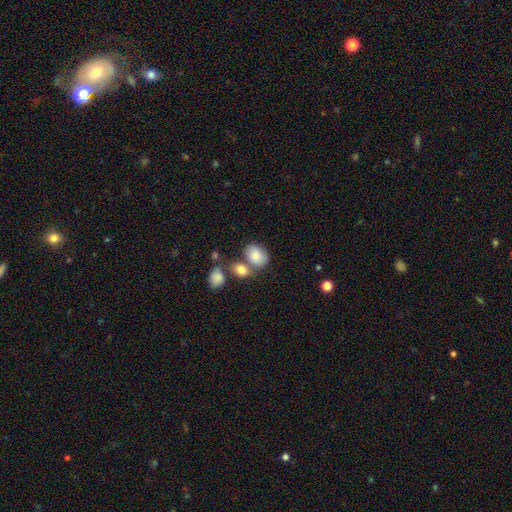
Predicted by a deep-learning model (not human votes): smooth_or_featured: smooth (p=0.80) [alt: featured or disk p=0.12]
how_rounded: in between (p=0.67) [alt: round p=0.32]
merging: none (p=0.48) [alt: merger p=0.31]